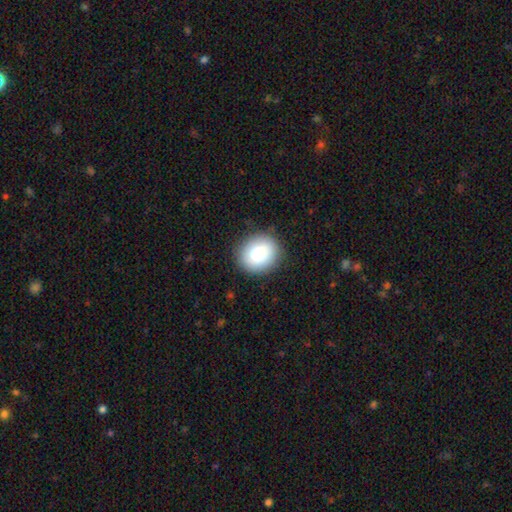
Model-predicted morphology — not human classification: A smooth galaxy with no disk features (78%) that is round (75%). Merging: none (88%).